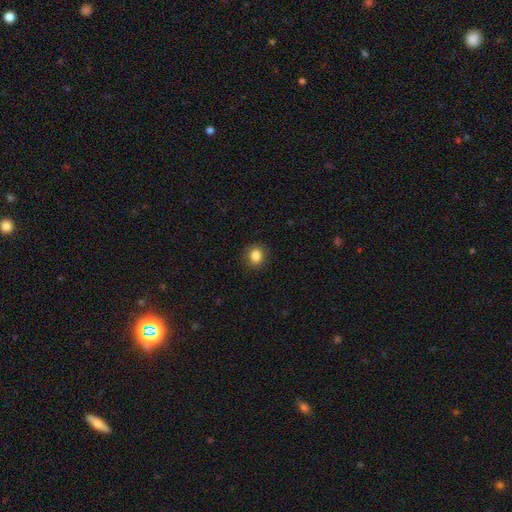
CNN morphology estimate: Q: Smooth or featured?
A: smooth (85%); runner-up: star or artifact (10%)
Q: How rounded?
A: round (75%); runner-up: in between (24%)
Q: Merging?
A: none (89%); runner-up: minor disturbance (8%)